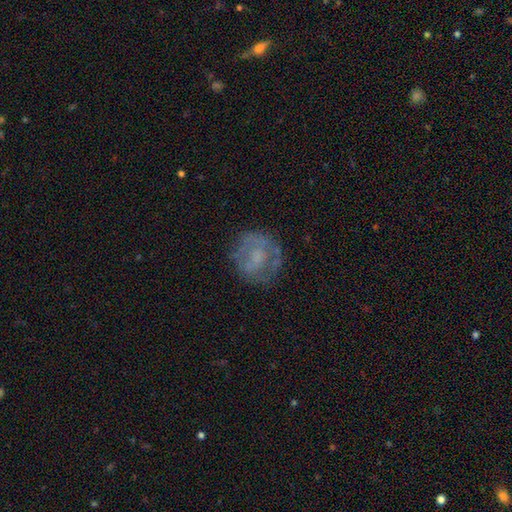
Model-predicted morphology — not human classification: Smooth or featured? Predicted: featured or disk (p=0.49). Merging? Predicted: none (p=0.66).